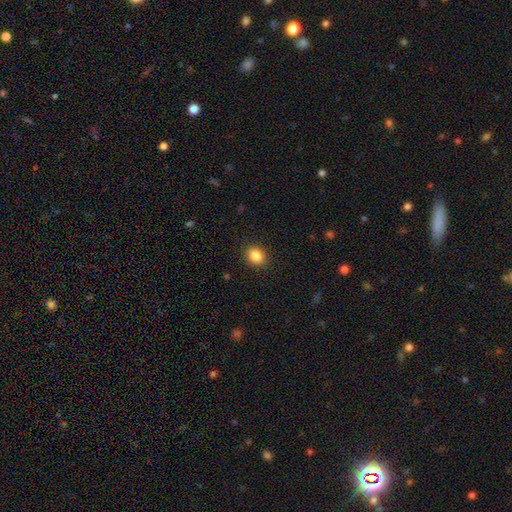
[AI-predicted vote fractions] Morphology: type=smooth (87%); roundness=round (56%); merging=none (90%).